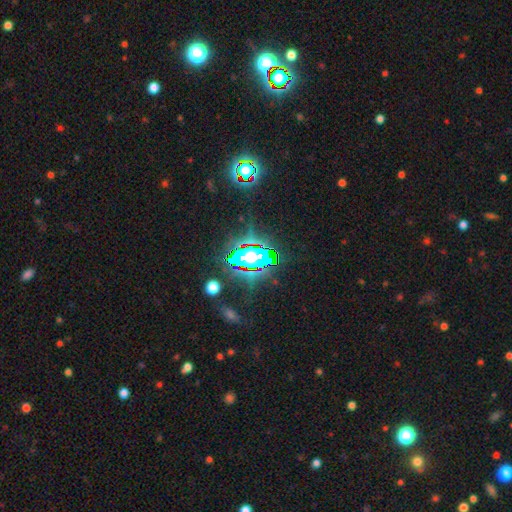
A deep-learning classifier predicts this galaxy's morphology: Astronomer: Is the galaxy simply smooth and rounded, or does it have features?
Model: star or artifact — 78%.